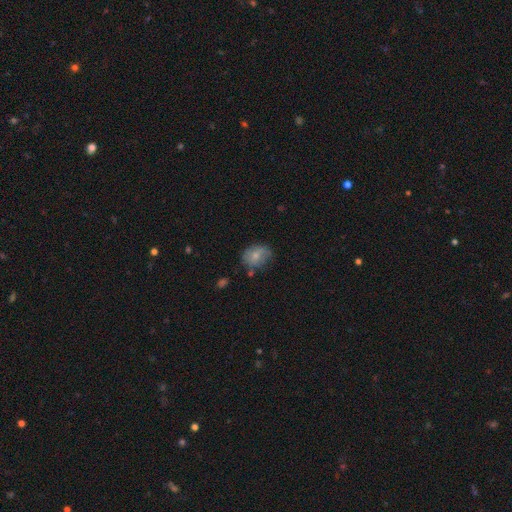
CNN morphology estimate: smooth_or_featured: smooth (p=0.67) [alt: featured or disk p=0.25]
how_rounded: in between (p=0.60) [alt: round p=0.38]
merging: none (p=0.60) [alt: minor disturbance p=0.28]